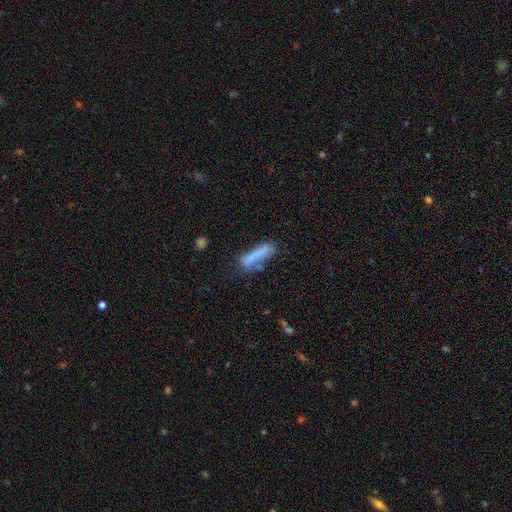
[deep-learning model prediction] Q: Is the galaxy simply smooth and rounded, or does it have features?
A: smooth — 74%.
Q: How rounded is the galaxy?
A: cigar-shaped — 78%.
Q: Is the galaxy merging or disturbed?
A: none — 53%.